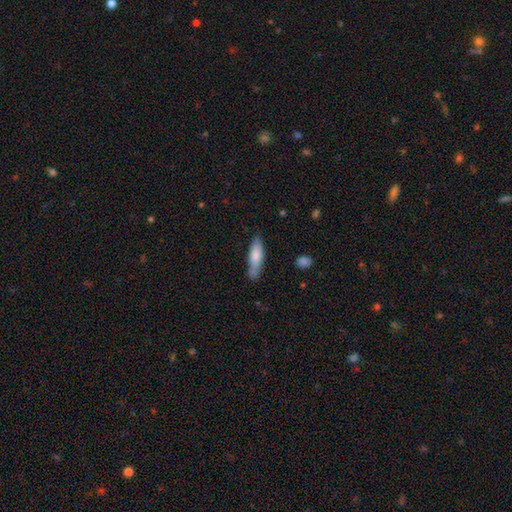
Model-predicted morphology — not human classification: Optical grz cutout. It shows a smooth galaxy with no disk features (77%) that is cigar-shaped (56%). Merging: none (74%).